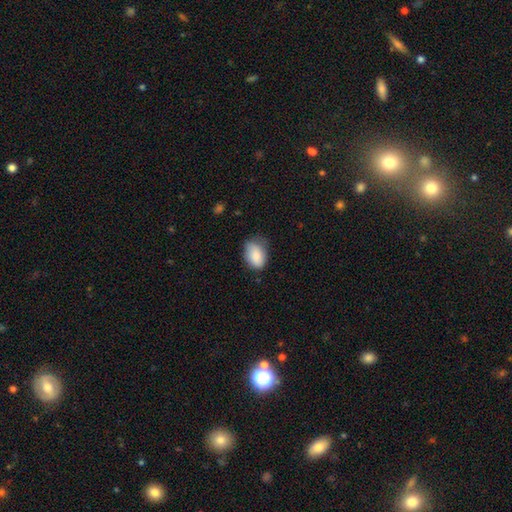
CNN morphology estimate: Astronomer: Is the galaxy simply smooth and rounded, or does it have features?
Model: smooth — 86%.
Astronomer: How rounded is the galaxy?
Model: in between — 86%.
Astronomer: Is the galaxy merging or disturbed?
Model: none — 61%.